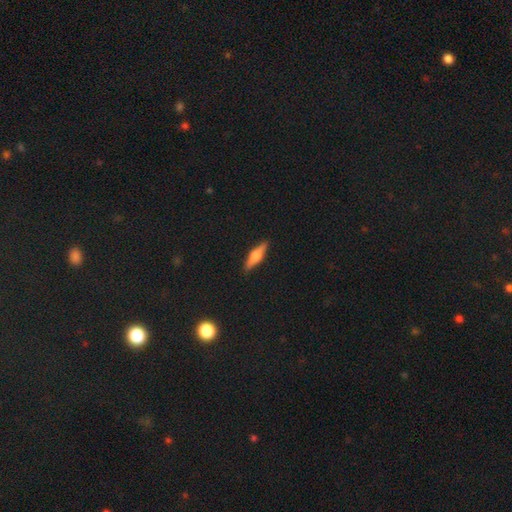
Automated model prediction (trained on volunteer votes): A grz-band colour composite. It shows a featured or disk galaxy (56%) viewed edge-on (95%) with a rounded central bulge (91%). Merging: none (90%).